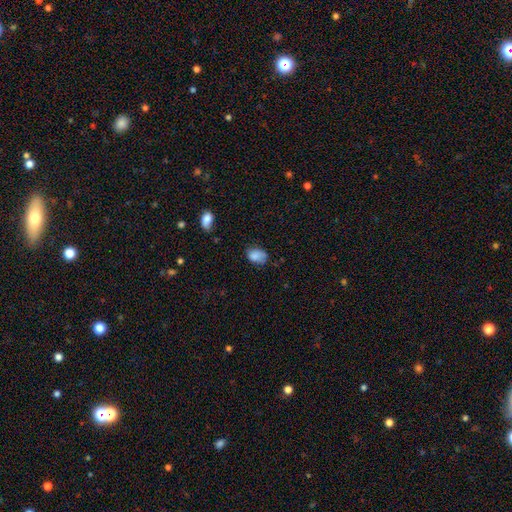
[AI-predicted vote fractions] Smooth or featured: smooth — 83% (star or artifact — 9%)
How rounded: in between — 77% (round — 22%)
Merging: none — 56% (minor disturbance — 33%)